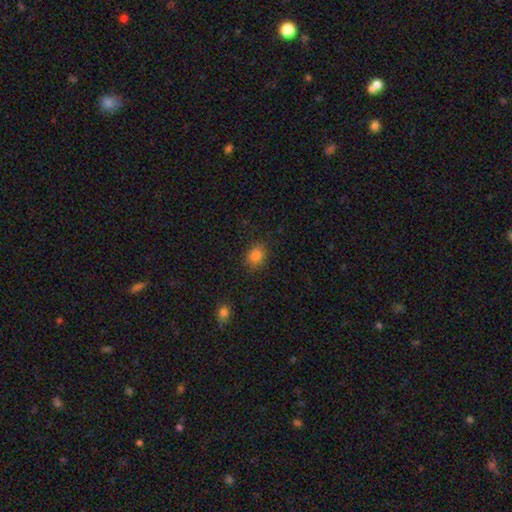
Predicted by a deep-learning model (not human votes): Smooth or featured: smooth — 85% (star or artifact — 11%)
How rounded: round — 55% (in between — 44%)
Merging: none — 82% (minor disturbance — 13%)